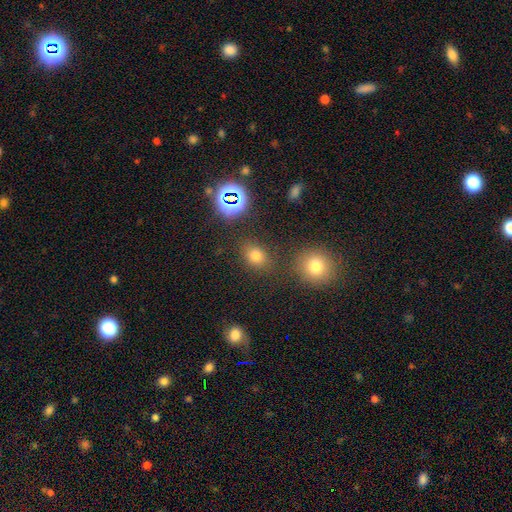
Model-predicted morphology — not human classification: This appears to be a smooth galaxy with no disk features (69%) that is in between round and cigar-shaped (53%). Merging: none (82%).